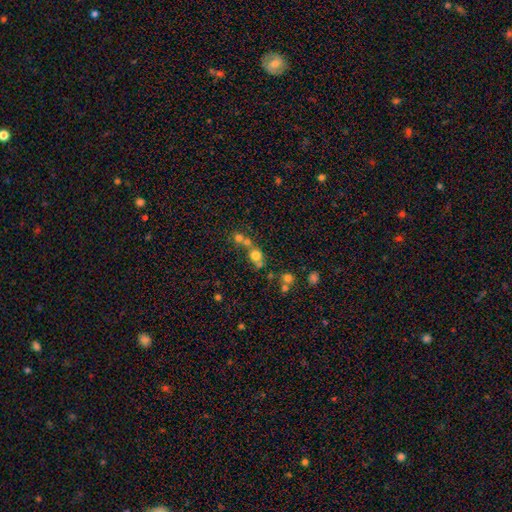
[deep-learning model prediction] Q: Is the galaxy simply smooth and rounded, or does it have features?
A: smooth — 69%.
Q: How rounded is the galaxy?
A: round — 79%.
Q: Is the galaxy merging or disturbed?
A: none — 45%.